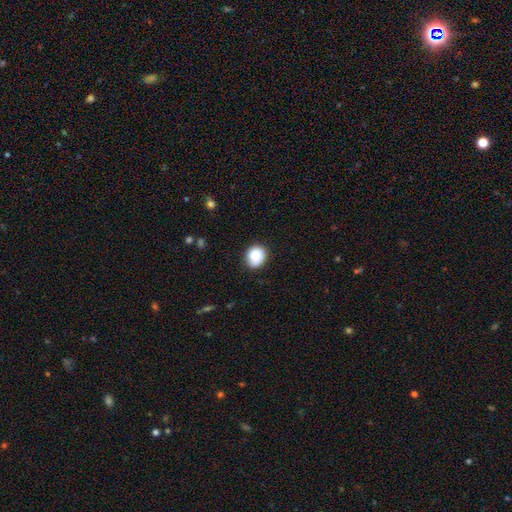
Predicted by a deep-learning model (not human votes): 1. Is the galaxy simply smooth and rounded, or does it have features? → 87% smooth, 8% star or artifact, 5% featured or disk.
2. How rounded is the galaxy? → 74% round, 25% in between, 1% cigar-shaped.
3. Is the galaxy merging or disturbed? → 80% none, 16% minor disturbance, 3% major disturbance, 1% merger.